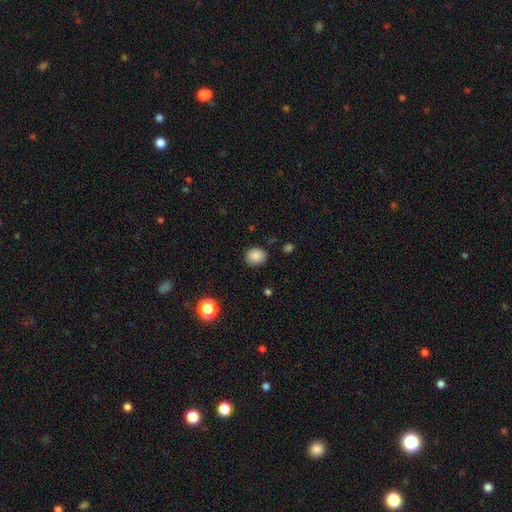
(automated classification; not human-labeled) The model was most divided on "how rounded": round: 66%, in between: 33%, cigar-shaped: 1%. More confident: smooth or featured — smooth (86%); merging — none (84%).